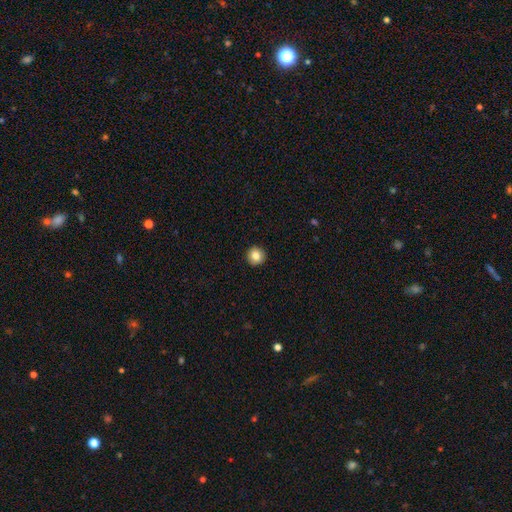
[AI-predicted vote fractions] A smooth galaxy with no disk features (84%) that is round (95%).

Vote fractions:
- Smooth or featured? smooth: 84% / star or artifact: 9% / featured or disk: 7%
- How rounded? round: 95% / in between: 4% / cigar-shaped: 1%
- Merging? none: 93% / minor disturbance: 4% / major disturbance: 1% / merger: 1%